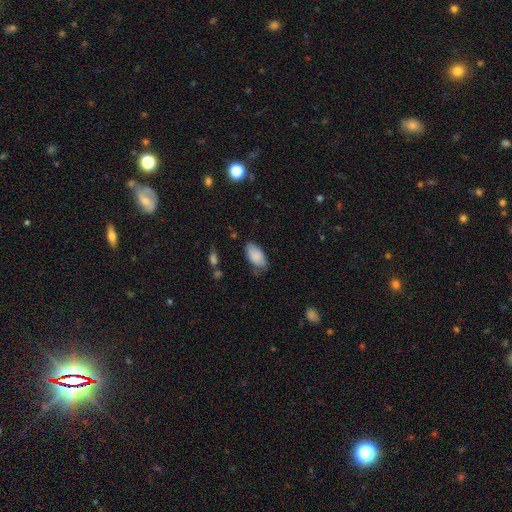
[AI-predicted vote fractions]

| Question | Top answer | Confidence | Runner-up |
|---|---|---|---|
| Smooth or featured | smooth | 88% | star or artifact (7%) |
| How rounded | in between | 94% | cigar-shaped (3%) |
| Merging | none | 69% | minor disturbance (24%) |